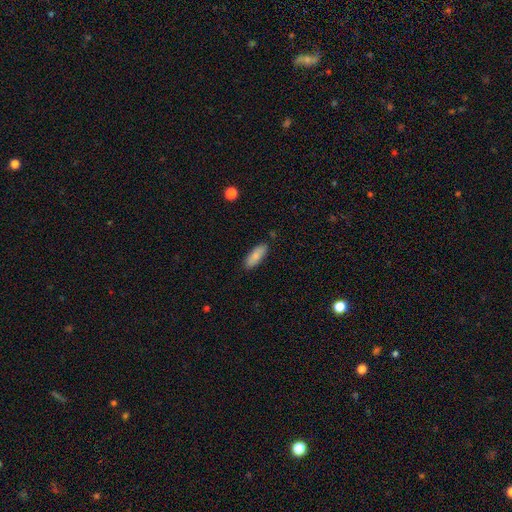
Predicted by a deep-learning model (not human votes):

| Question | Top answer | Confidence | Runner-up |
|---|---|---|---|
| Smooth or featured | smooth | 82% | featured or disk (11%) |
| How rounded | in between | 69% | cigar-shaped (29%) |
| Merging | none | 86% | minor disturbance (10%) |